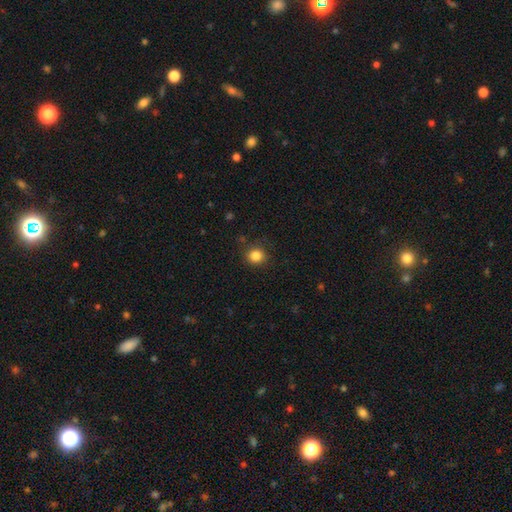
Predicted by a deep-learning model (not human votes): Q: Smooth or featured?
A: smooth (85%); runner-up: star or artifact (11%)
Q: How rounded?
A: round (87%); runner-up: in between (12%)
Q: Merging?
A: none (86%); runner-up: minor disturbance (10%)